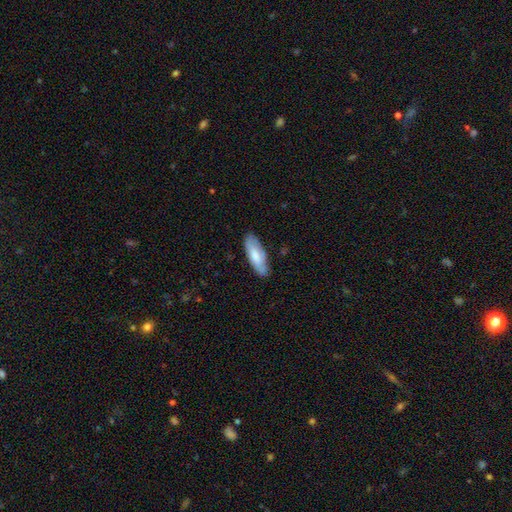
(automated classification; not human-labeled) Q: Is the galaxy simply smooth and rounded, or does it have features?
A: smooth — 71%.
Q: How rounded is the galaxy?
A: in between — 67%.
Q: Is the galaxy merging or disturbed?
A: none — 80%.